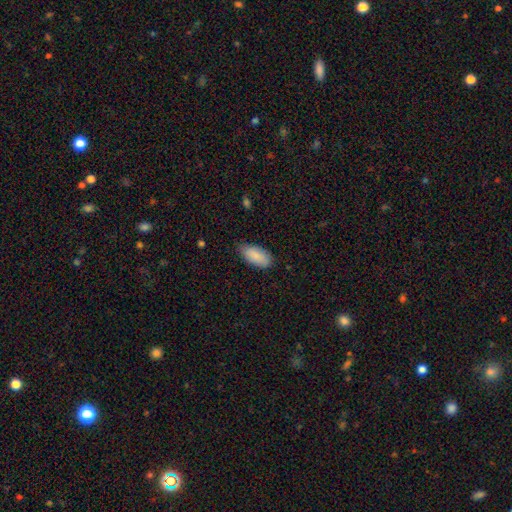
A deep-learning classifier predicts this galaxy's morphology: Overall: smooth (88%). How rounded: in between (92%). Merging: none (73%).